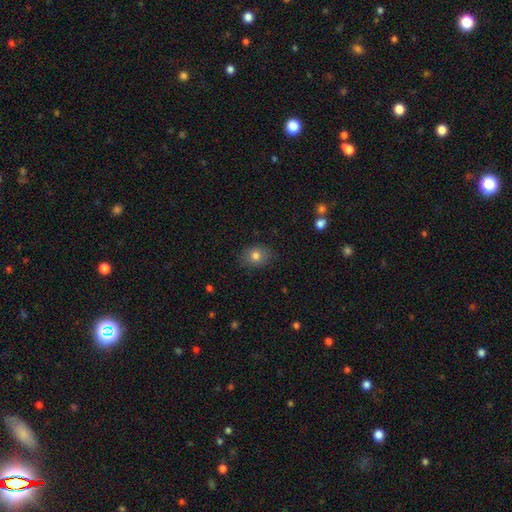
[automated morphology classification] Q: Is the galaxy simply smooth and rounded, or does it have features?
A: smooth — 79%.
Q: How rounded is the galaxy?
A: in between — 50%.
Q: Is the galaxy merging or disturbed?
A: none — 85%.